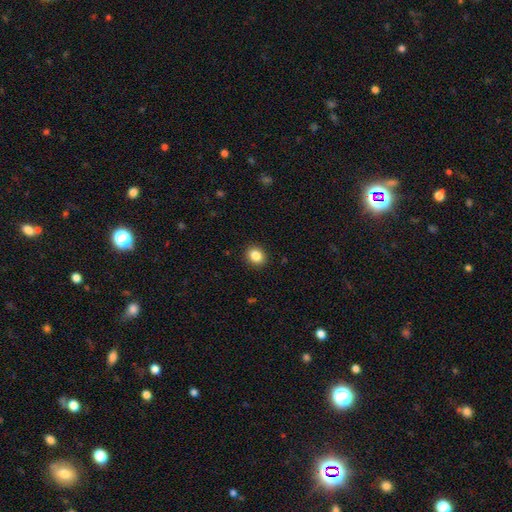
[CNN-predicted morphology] This appears to be a smooth galaxy with no disk features (85%) that is round (60%). Merging: none (91%).